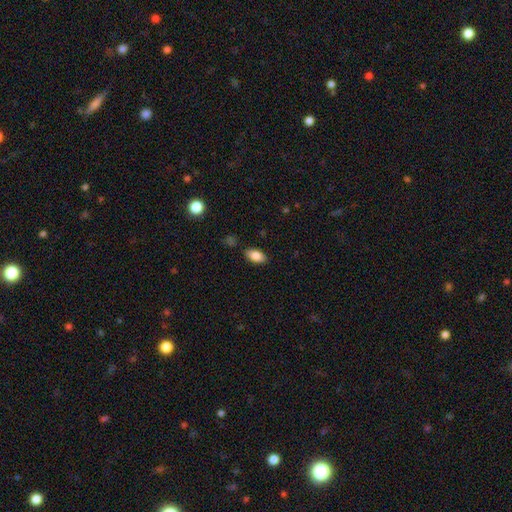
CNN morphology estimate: smooth_or_featured: smooth (p=0.85) [alt: featured or disk p=0.08]
how_rounded: in between (p=0.92) [alt: cigar-shaped p=0.05]
merging: none (p=0.85) [alt: minor disturbance p=0.11]